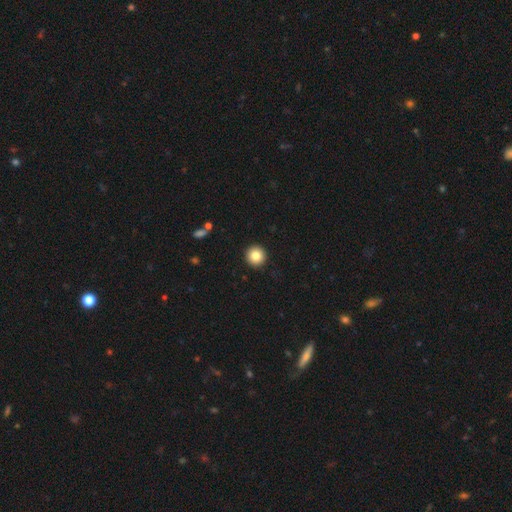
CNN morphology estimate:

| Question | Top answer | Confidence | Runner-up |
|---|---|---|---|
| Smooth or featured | smooth | 83% | star or artifact (9%) |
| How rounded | round | 96% | in between (3%) |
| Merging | none | 93% | minor disturbance (4%) |